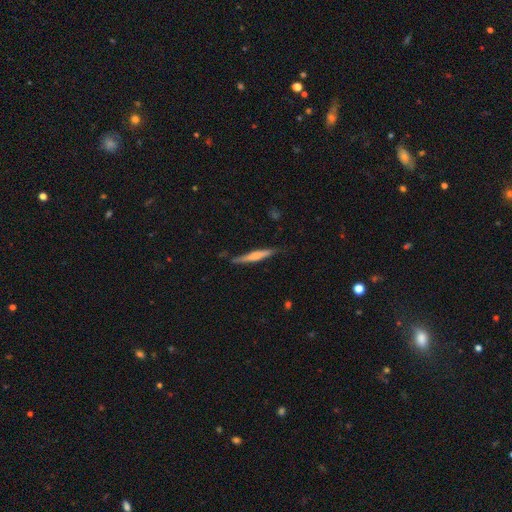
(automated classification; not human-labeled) Smooth or featured: smooth — 49% (featured or disk — 46%)
Merging: none — 80% (minor disturbance — 15%)